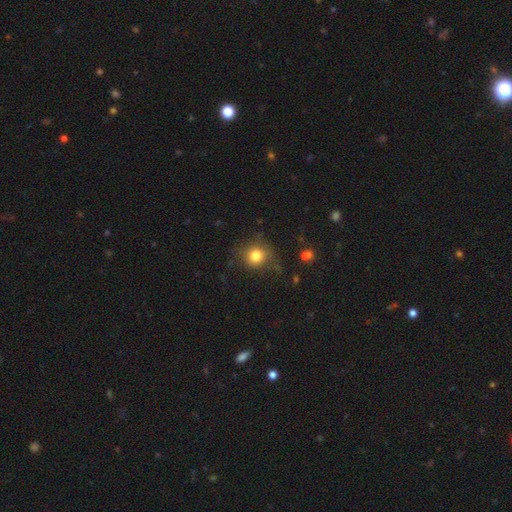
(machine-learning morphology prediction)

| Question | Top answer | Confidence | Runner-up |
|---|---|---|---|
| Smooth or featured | smooth | 80% | star or artifact (12%) |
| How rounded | round | 86% | in between (13%) |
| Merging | none | 70% | minor disturbance (20%) |